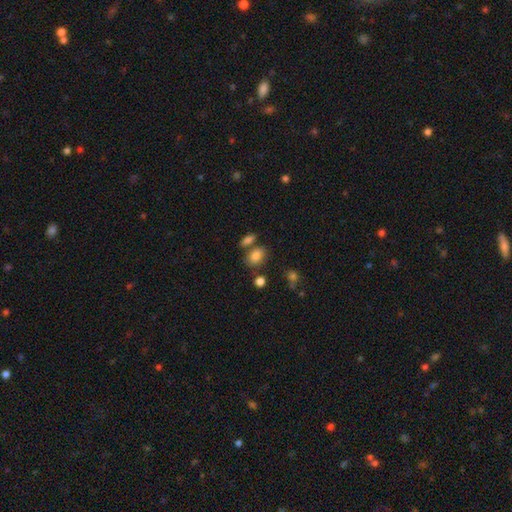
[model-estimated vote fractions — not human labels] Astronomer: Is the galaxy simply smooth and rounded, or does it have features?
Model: smooth — 83%.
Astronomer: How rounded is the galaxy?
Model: in between — 77%.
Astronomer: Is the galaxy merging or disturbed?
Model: none — 62%.